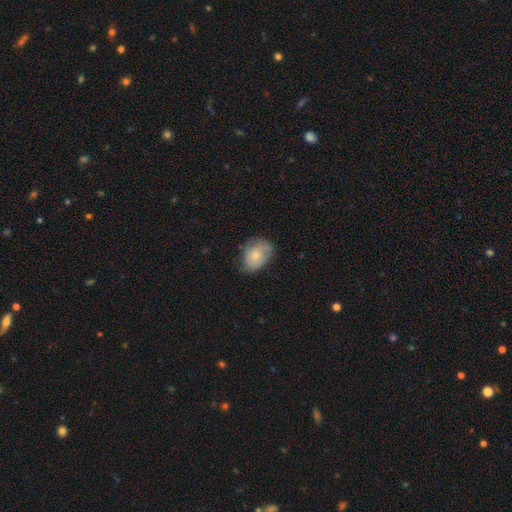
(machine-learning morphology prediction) This is likely a smooth galaxy (71%). How rounded: likely in between (72%). Merging: possibly none (59%).